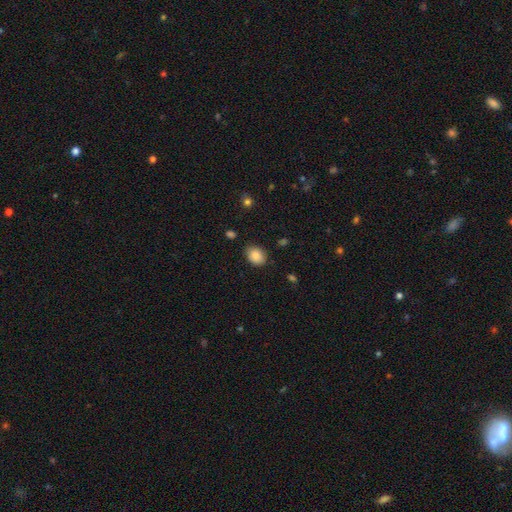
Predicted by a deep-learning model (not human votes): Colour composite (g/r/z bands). It shows a smooth galaxy with no disk features (87%) that is in between round and cigar-shaped (61%). Merging: none (81%).